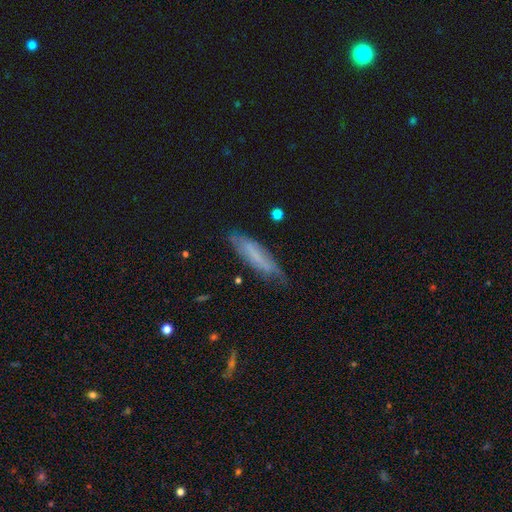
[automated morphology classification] Smooth or featured? Predicted: smooth (p=0.53). How rounded? Predicted: cigar-shaped (p=0.74). Merging? Predicted: none (p=0.65).